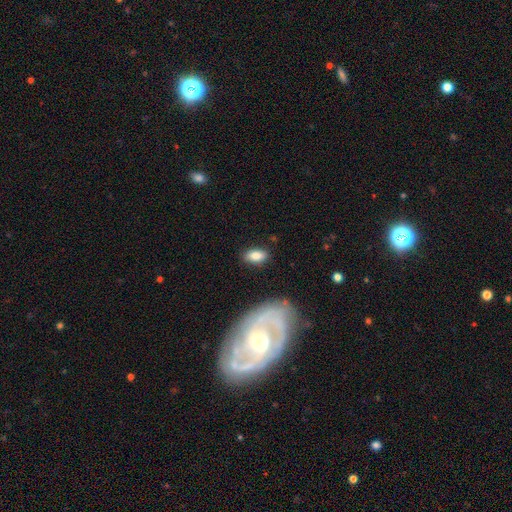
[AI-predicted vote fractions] The model was most divided on "merging": none: 85%, minor disturbance: 11%, major disturbance: 3%, merger: 2%. More confident: how rounded — in between (90%); smooth or featured — smooth (84%).